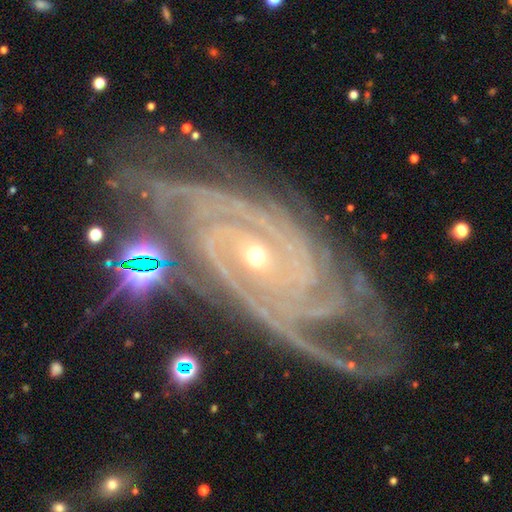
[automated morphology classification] Overall: featured or disk (91%). Edge-on disk: no (95%). Bar: no (59%; weak 26%). Spiral arms: yes (98%). Spiral arm count: 3 (24%; 4 21%). Spiral winding: tight (75%). Bulge size: small (70%). Merging: none (70%).